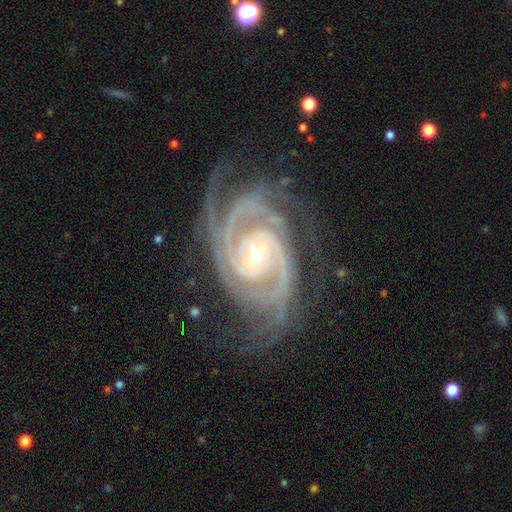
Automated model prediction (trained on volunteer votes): Smooth or featured? Predicted: featured or disk (p=0.93). Edge-on disk? Predicted: no (p=0.97). Bar? Predicted: no (p=0.58). Spiral arms? Predicted: yes (p=0.99). Spiral winding? Predicted: tight (p=0.69). Spiral arm count? Predicted: 2 (p=0.33). Bulge size? Predicted: small (p=0.58). Merging? Predicted: none (p=0.68).